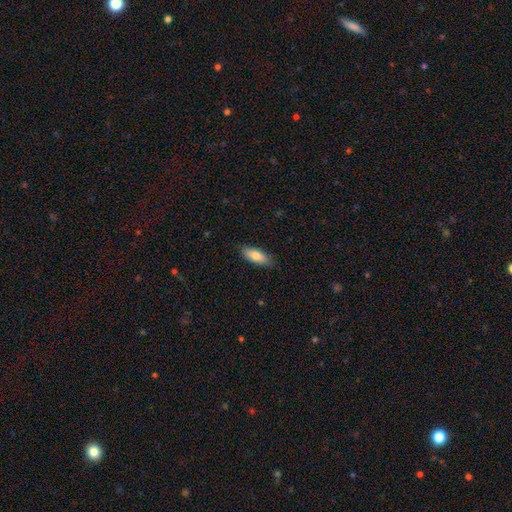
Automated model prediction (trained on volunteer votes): A smooth galaxy with no disk features (79%) that is in between round and cigar-shaped (72%).

Vote fractions:
- Smooth or featured? smooth: 79% / featured or disk: 15% / star or artifact: 6%
- How rounded? in between: 72% / cigar-shaped: 25% / round: 2%
- Merging? none: 85% / minor disturbance: 12% / major disturbance: 2% / merger: 1%